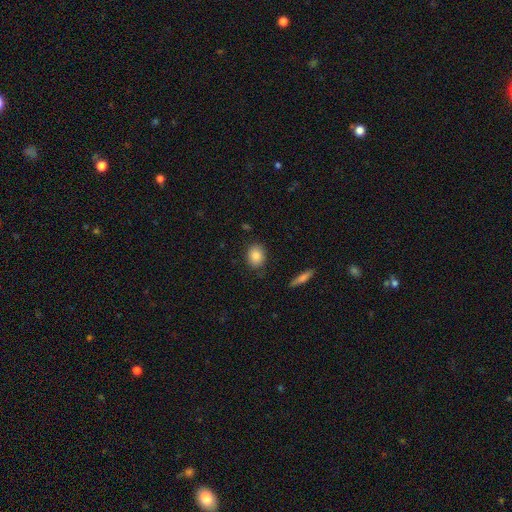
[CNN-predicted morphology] Smooth or featured? Predicted: smooth (p=0.85). How rounded? Predicted: in between (p=0.54). Merging? Predicted: none (p=0.85).